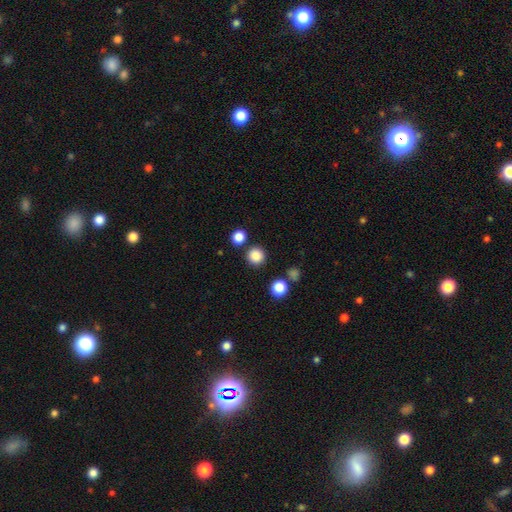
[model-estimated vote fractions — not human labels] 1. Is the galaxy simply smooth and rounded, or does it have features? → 85% smooth, 12% star or artifact, 3% featured or disk.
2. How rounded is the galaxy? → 94% round, 5% in between, 1% cigar-shaped.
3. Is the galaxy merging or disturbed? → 87% none, 6% minor disturbance, 5% merger, 2% major disturbance.